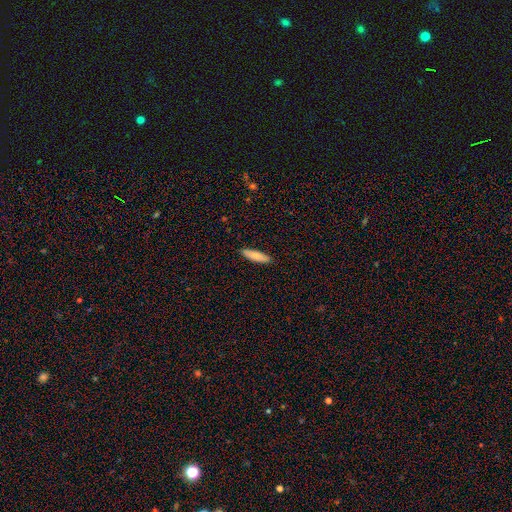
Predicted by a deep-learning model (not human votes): This appears to be a smooth galaxy with no disk features (82%) that is cigar-shaped (67%). Merging: none (90%).